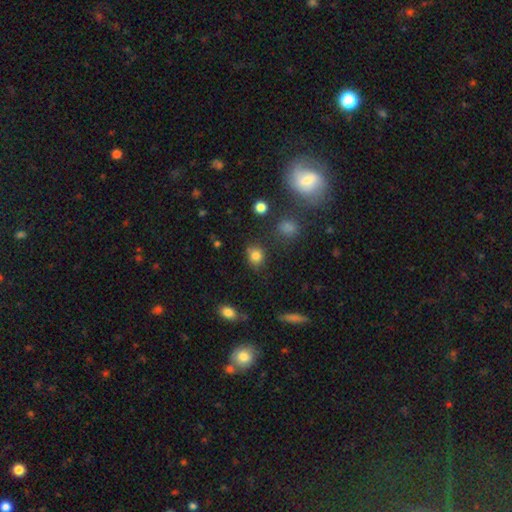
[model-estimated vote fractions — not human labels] A smooth galaxy with no disk features (80%) that is round (70%).

Vote fractions:
- Smooth or featured? smooth: 80% / star or artifact: 14% / featured or disk: 6%
- How rounded? round: 70% / in between: 28% / cigar-shaped: 1%
- Merging? none: 75% / minor disturbance: 16% / merger: 5% / major disturbance: 4%